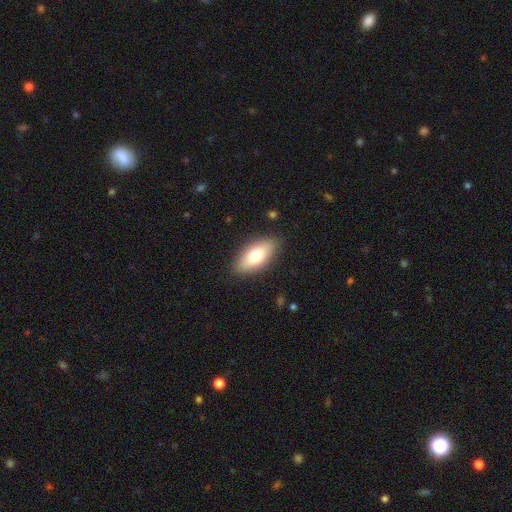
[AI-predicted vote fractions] Smooth or featured: smooth — 71% (featured or disk — 23%)
How rounded: in between — 85% (cigar-shaped — 11%)
Merging: none — 86% (minor disturbance — 10%)